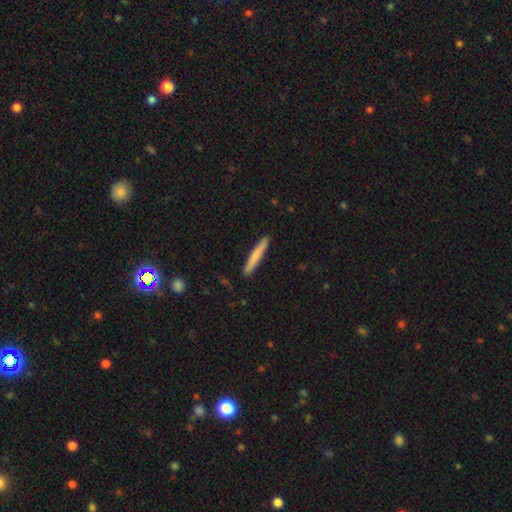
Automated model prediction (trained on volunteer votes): A smooth galaxy with no disk features (74%) that is cigar-shaped (96%).

Vote fractions:
- Smooth or featured? smooth: 74% / featured or disk: 21% / star or artifact: 5%
- How rounded? cigar-shaped: 96% / in between: 3% / round: 1%
- Merging? none: 90% / minor disturbance: 7% / major disturbance: 1% / merger: 1%